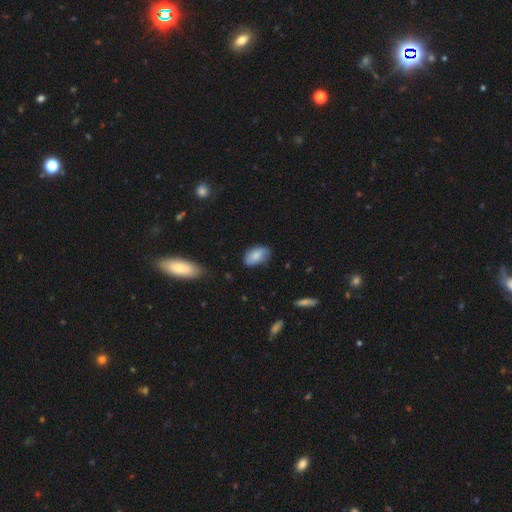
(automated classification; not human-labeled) A smooth galaxy with no disk features (79%) that is in between round and cigar-shaped (93%).

Vote fractions:
- Smooth or featured? smooth: 79% / featured or disk: 14% / star or artifact: 7%
- How rounded? in between: 93% / round: 5% / cigar-shaped: 2%
- Merging? none: 70% / minor disturbance: 25% / major disturbance: 4% / merger: 2%